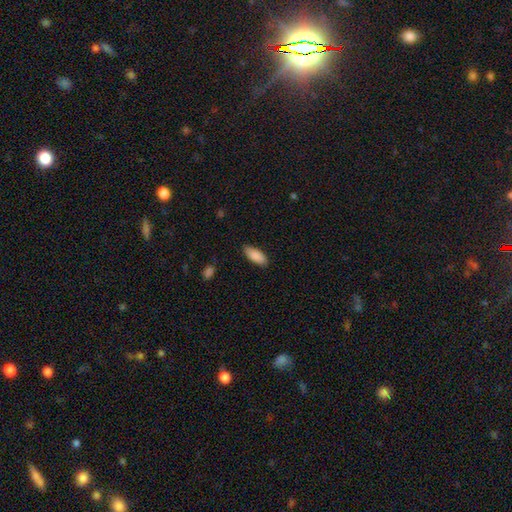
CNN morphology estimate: Smooth or featured?
  - smooth: 89% *
  - star or artifact: 6%
  - featured or disk: 5%
How rounded?
  - in between: 84% *
  - cigar-shaped: 15%
  - round: 2%
Merging?
  - none: 83% *
  - minor disturbance: 14%
  - major disturbance: 2%
  - merger: 1%